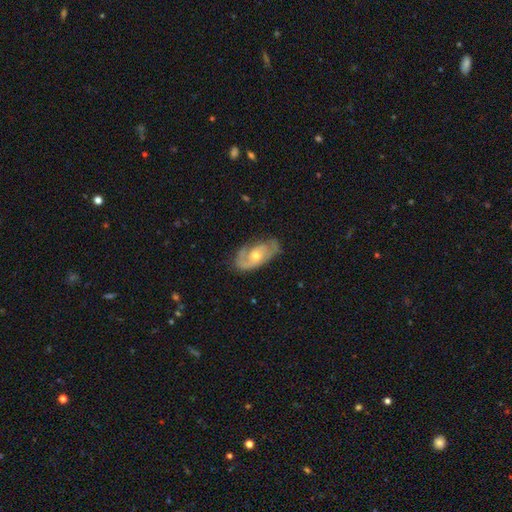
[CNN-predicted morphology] A featured or disk galaxy (76%) with no bar (72%), 2 (62%) tight (41%, tied with medium) spiral arms (86%) and a moderate central bulge (54%). Merging: none (67%).